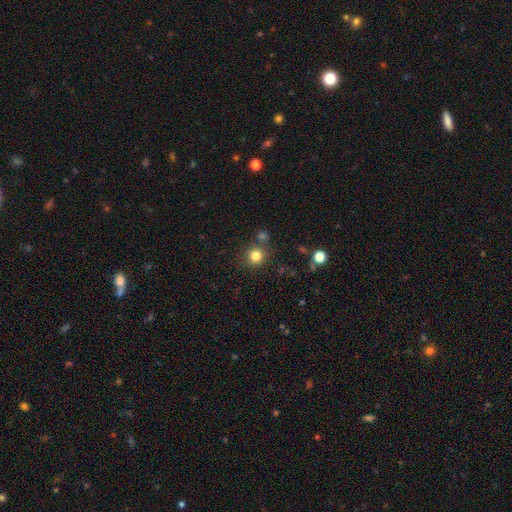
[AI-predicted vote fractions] Smooth or featured? Predicted: smooth (p=0.81). How rounded? Predicted: round (p=0.92). Merging? Predicted: none (p=0.79).